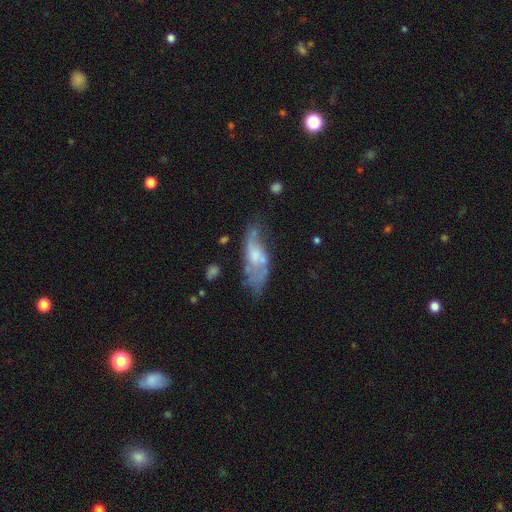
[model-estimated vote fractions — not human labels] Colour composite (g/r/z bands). It shows a featured or disk galaxy (60%) with no bar (63%), spiral arms (64%) and a moderate central bulge (38%). Merging: none (44%).